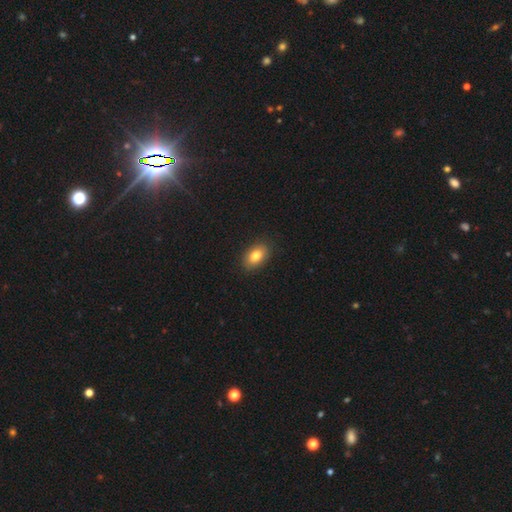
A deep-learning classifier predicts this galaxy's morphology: This appears to be a smooth galaxy with no disk features (83%) that is in between round and cigar-shaped (90%). Merging: none (88%).